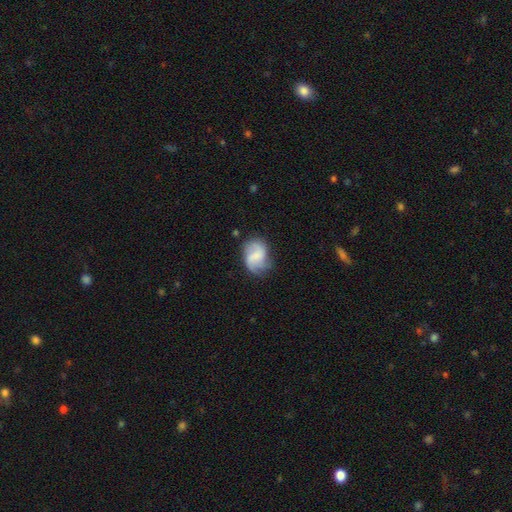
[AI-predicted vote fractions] Smooth or featured?
  - featured or disk: 54% *
  - smooth: 38%
  - star or artifact: 8%
Edge-on disk?
  - no: 98% *
  - yes: 2%
Bar?
  - no: 46% *
  - weak: 41%
  - strong: 13%
Spiral arms?
  - yes: 87% *
  - no: 13%
Bulge size?
  - none: 44% *
  - small: 27%
  - moderate: 19%
  - large: 8%
  - dominant: 2%
Merging?
  - none: 57% *
  - minor disturbance: 26%
  - major disturbance: 15%
  - merger: 3%